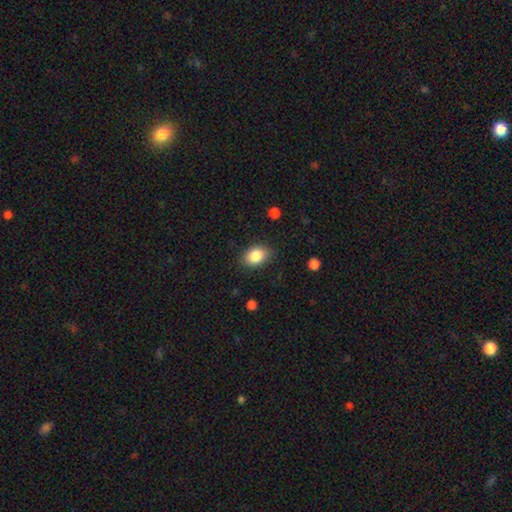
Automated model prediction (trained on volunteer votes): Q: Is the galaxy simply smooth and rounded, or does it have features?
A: smooth — 86%.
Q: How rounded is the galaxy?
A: in between — 76%.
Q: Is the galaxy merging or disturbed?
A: none — 83%.